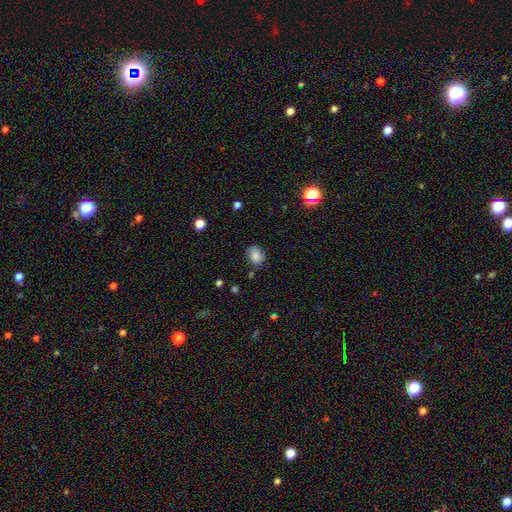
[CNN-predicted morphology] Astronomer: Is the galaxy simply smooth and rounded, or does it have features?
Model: smooth — 84%.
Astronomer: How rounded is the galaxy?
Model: in between — 53% (runner-up: round, 46%).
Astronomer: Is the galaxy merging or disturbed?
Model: none — 76%.